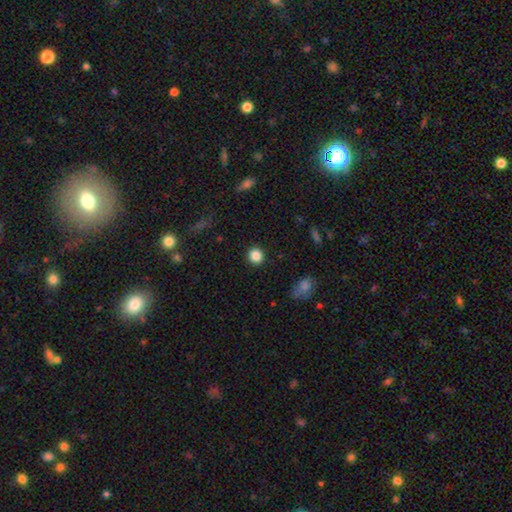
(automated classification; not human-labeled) The model was most divided on "smooth or featured": smooth: 85%, star or artifact: 10%, featured or disk: 4%. More confident: how rounded — round (91%); merging — none (91%).